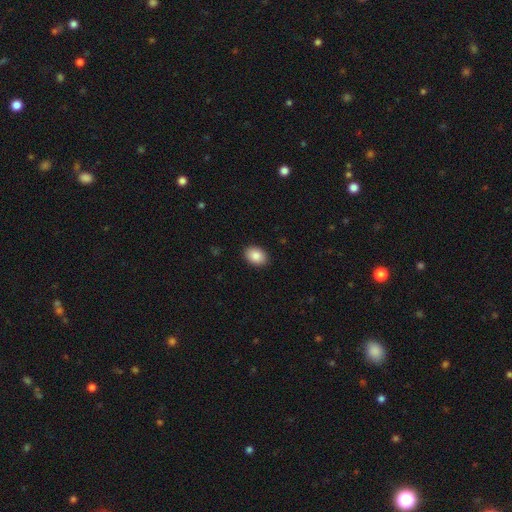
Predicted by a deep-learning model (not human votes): Morphology: type=smooth (87%); roundness=in between (75%); merging=none (90%).